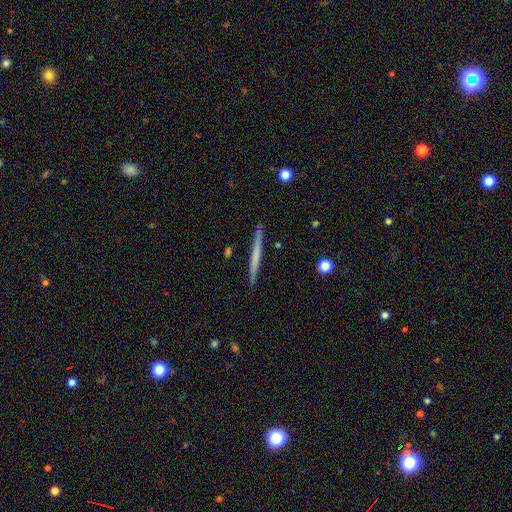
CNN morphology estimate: Smooth or featured: smooth — 49% (featured or disk — 46%)
Merging: none — 91% (minor disturbance — 6%)